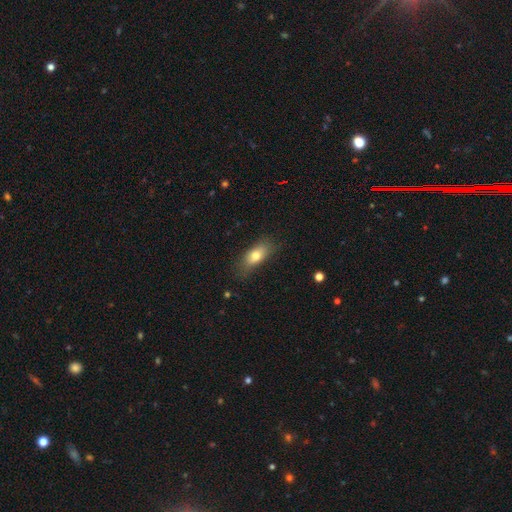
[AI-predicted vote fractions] A smooth galaxy with no disk features (74%) that is in between round and cigar-shaped (79%). Merging: none (71%).